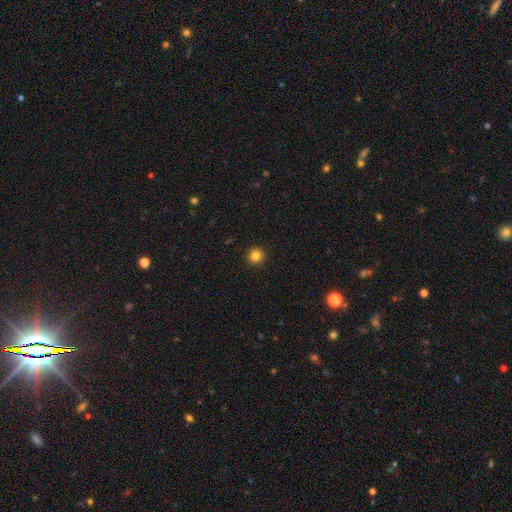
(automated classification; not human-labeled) smooth-or-featured: smooth: 84% | star or artifact: 12% | featured or disk: 4%
  how-rounded: round: 94% | in between: 5% | cigar-shaped: 1%
  merging: none: 93% | minor disturbance: 4% | major disturbance: 2% | merger: 1%